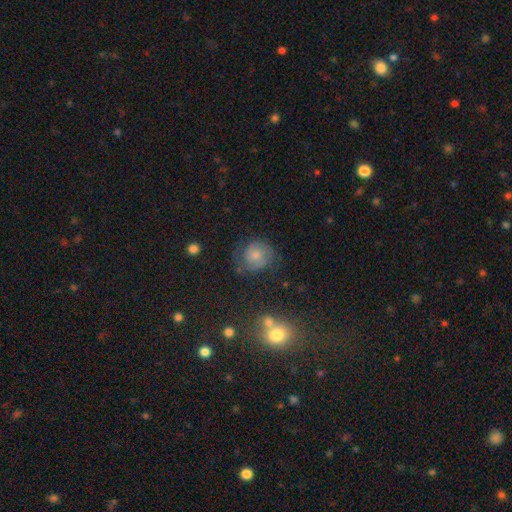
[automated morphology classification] featured or disk 52%, smooth 36%, star or artifact 12%. Down the decision tree: edge-on disk — no (97%); bar — no (72%); spiral arms — yes (87%); bulge size — small (47%); merging — none (65%).